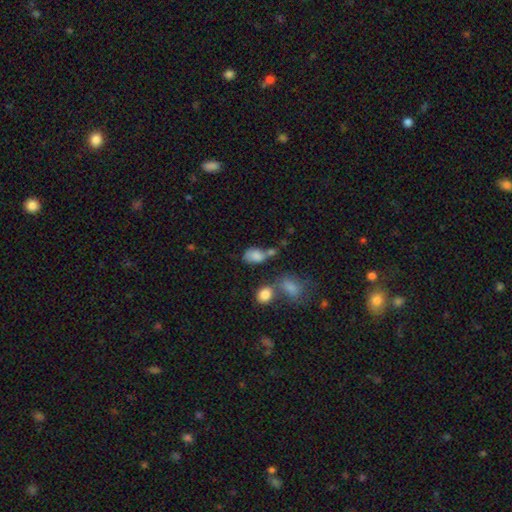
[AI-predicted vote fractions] A smooth galaxy with no disk features (79%) that is in between round and cigar-shaped (84%). Merging: none (40%).